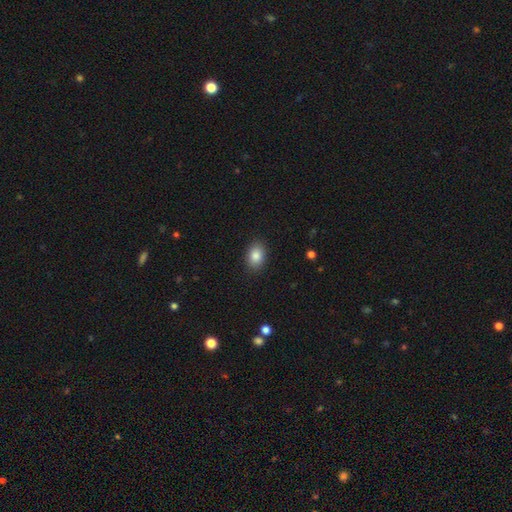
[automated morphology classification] Q: Smooth or featured?
A: smooth (85%); runner-up: star or artifact (8%)
Q: How rounded?
A: in between (80%); runner-up: round (19%)
Q: Merging?
A: none (88%); runner-up: minor disturbance (9%)